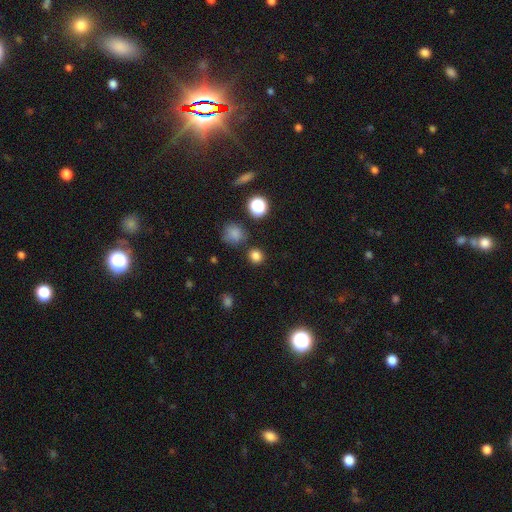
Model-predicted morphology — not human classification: Overall: smooth (79%). How rounded: round (88%). Merging: none (84%).